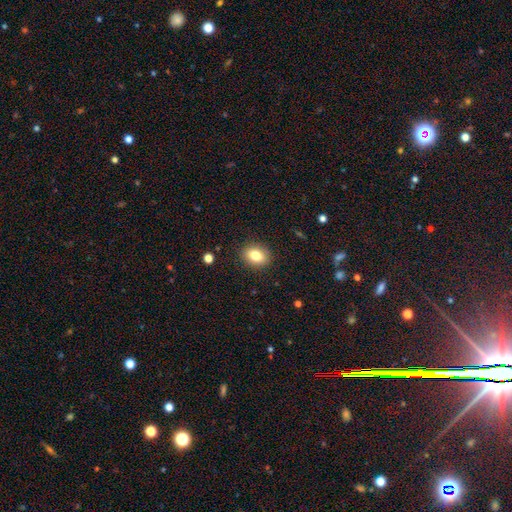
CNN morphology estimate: This is clearly a smooth galaxy (82%). How rounded: likely in between (62%). Merging: clearly none (89%).